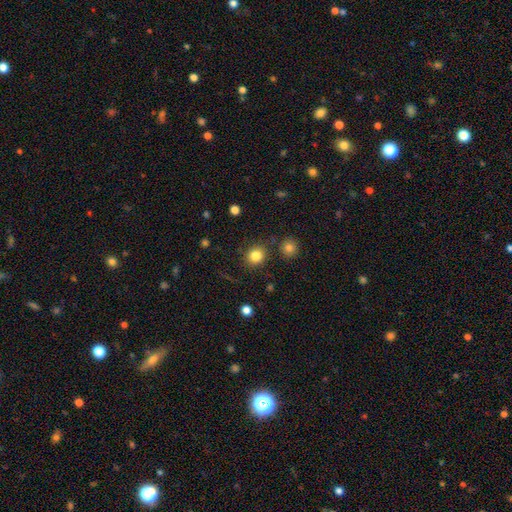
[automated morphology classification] The model was most divided on "how rounded": round: 85%, in between: 15%, cigar-shaped: 1%. More confident: merging — none (85%); smooth or featured — smooth (83%).